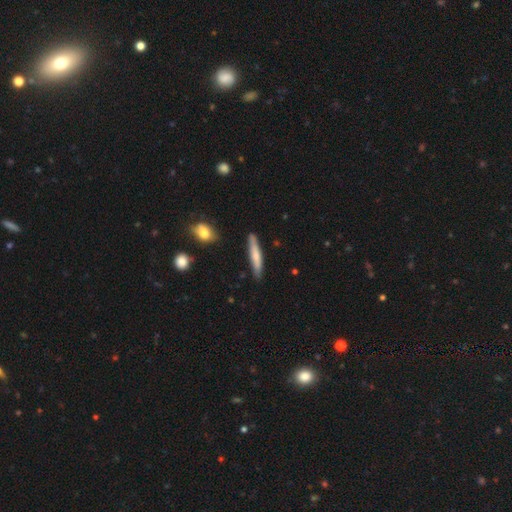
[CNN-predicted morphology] The model was most divided on "smooth or featured": smooth: 64%, featured or disk: 31%, star or artifact: 6%. More confident: how rounded — cigar-shaped (91%); merging — none (85%).